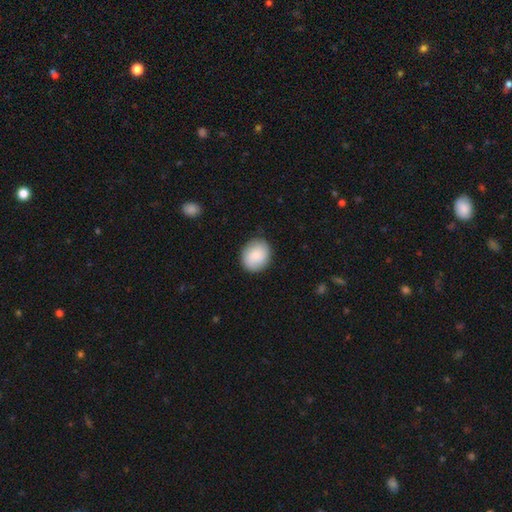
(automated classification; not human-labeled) Smooth or featured? Predicted: smooth (p=0.82). How rounded? Predicted: round (p=0.63). Merging? Predicted: none (p=0.85).